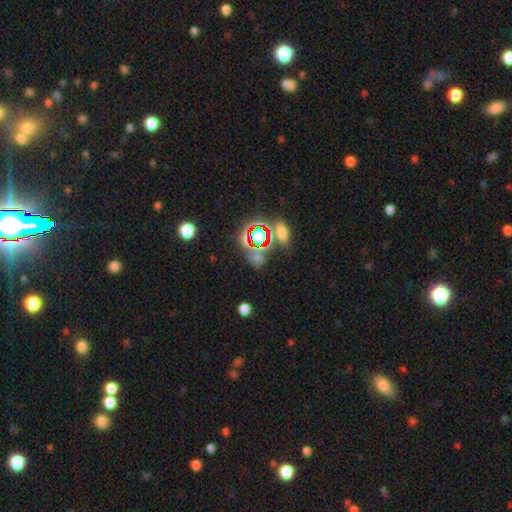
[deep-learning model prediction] Smooth or featured? Predicted: star or artifact (p=0.68).